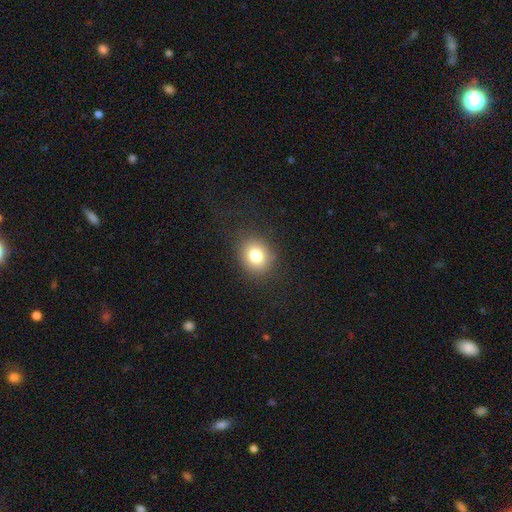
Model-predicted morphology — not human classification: A smooth galaxy with no disk features (80%) that is round (71%).

Vote fractions:
- Smooth or featured? smooth: 80% / star or artifact: 11% / featured or disk: 8%
- How rounded? round: 71% / in between: 28% / cigar-shaped: 1%
- Merging? none: 86% / minor disturbance: 9% / major disturbance: 4% / merger: 1%